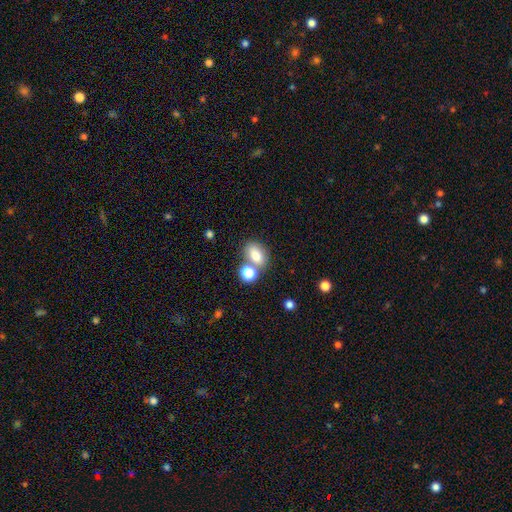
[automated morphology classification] This is likely a smooth galaxy (79%). How rounded: likely in between (78%). Merging: possibly none (53%).